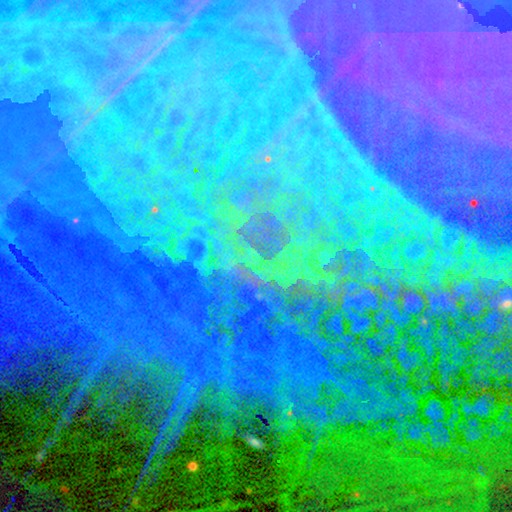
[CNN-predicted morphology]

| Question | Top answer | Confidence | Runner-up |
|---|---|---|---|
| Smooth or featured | star or artifact | 83% | featured or disk (10%) |